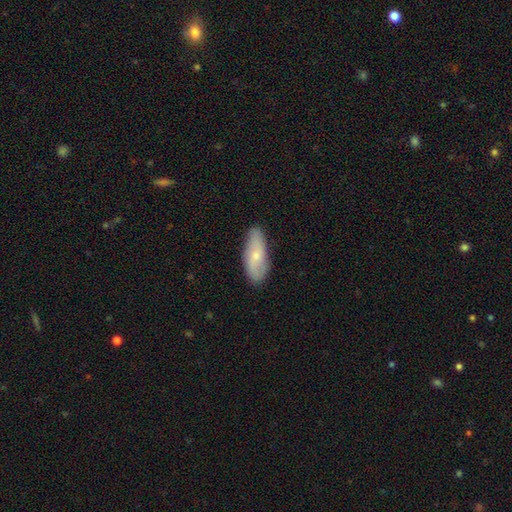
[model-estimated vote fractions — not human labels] smooth 57%, featured or disk 37%, star or artifact 6%. Down the decision tree: how rounded — in between (76%); merging — none (82%).